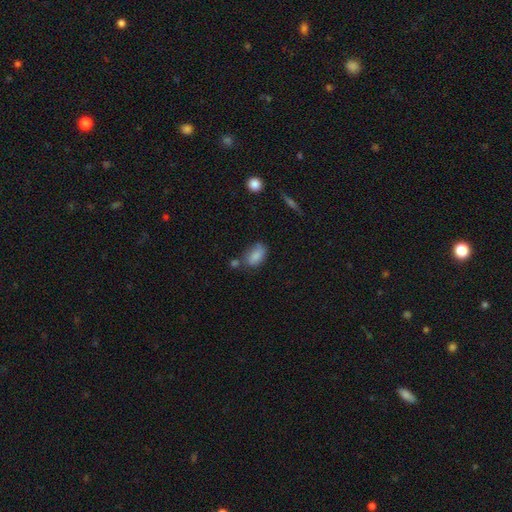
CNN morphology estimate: Smooth or featured: smooth — 84% (star or artifact — 8%)
How rounded: in between — 90% (round — 7%)
Merging: none — 55% (minor disturbance — 25%)